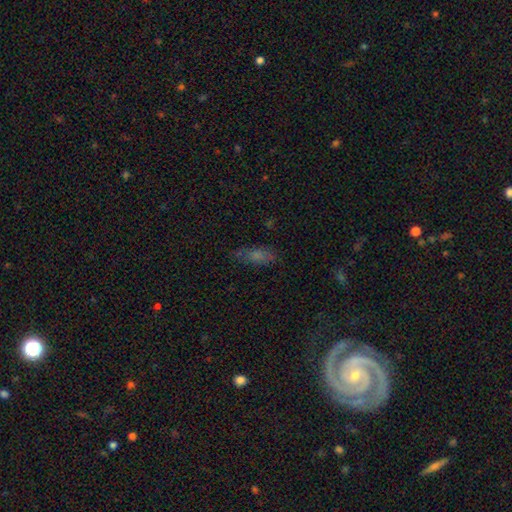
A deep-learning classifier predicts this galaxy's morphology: smooth 58%, featured or disk 21%, star or artifact 21%. Down the decision tree: how rounded — in between (64%); merging — none (72%).